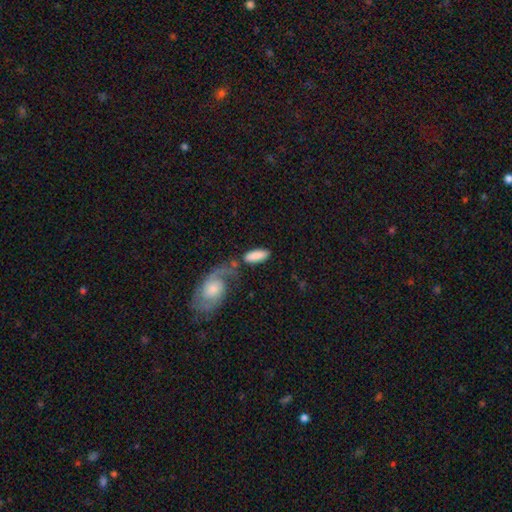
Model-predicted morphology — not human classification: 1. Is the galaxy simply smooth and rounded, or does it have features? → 82% smooth, 13% featured or disk, 5% star or artifact.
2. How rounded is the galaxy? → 79% in between, 19% cigar-shaped, 2% round.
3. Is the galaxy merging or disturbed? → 55% none, 22% merger, 15% minor disturbance, 8% major disturbance.